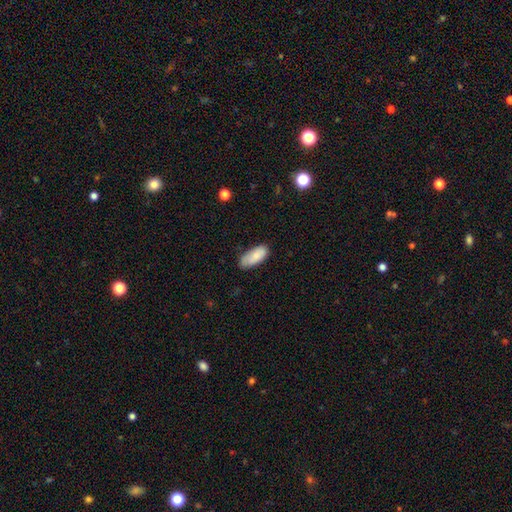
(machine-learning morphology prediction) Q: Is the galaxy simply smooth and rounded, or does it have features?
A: smooth — 86%.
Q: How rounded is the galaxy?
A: in between — 86%.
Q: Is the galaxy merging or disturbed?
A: none — 73%.